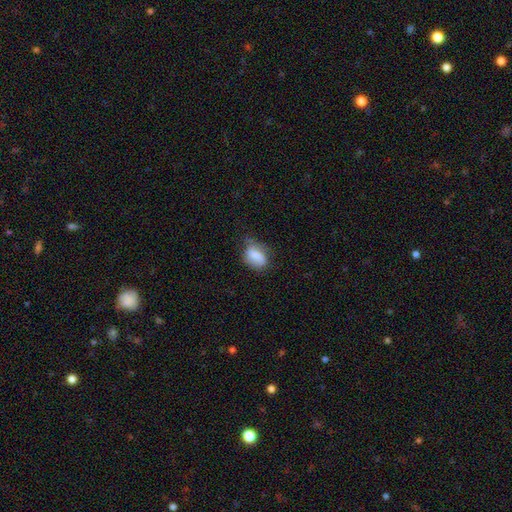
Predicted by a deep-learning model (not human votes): A smooth galaxy with no disk features (69%) that is in between round and cigar-shaped (74%).

Vote fractions:
- Smooth or featured? smooth: 69% / featured or disk: 23% / star or artifact: 8%
- How rounded? in between: 74% / round: 23% / cigar-shaped: 3%
- Merging? none: 48% / minor disturbance: 37% / major disturbance: 13% / merger: 2%